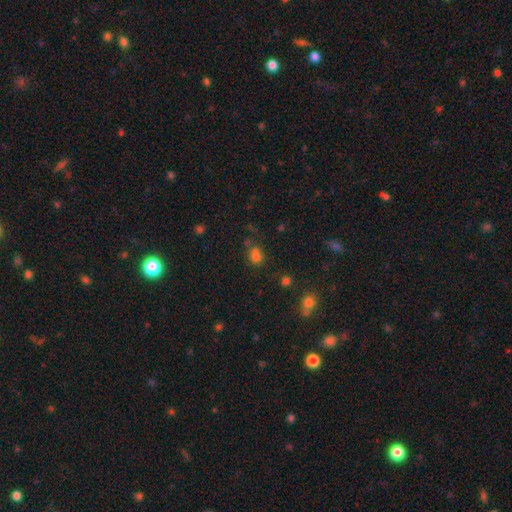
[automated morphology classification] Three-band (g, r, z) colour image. It shows a smooth galaxy with no disk features (71%) that is in between round and cigar-shaped (54%). Merging: none (54%).